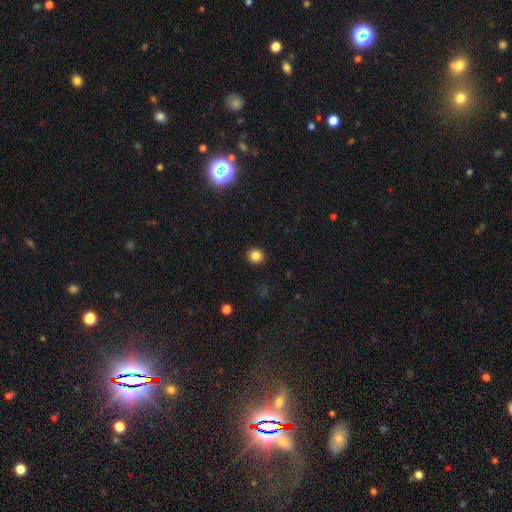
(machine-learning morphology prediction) Overall: smooth (84%). How rounded: round (91%). Merging: none (93%).